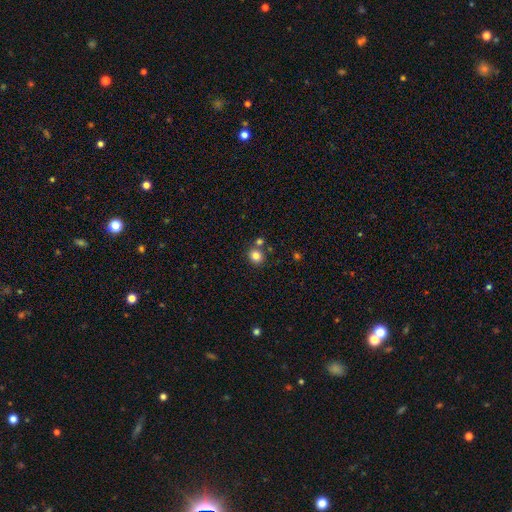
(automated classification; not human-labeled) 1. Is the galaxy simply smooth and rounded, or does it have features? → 82% smooth, 11% star or artifact, 7% featured or disk.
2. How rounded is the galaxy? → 85% round, 14% in between, 1% cigar-shaped.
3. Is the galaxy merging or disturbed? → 72% none, 16% merger, 8% minor disturbance, 3% major disturbance.